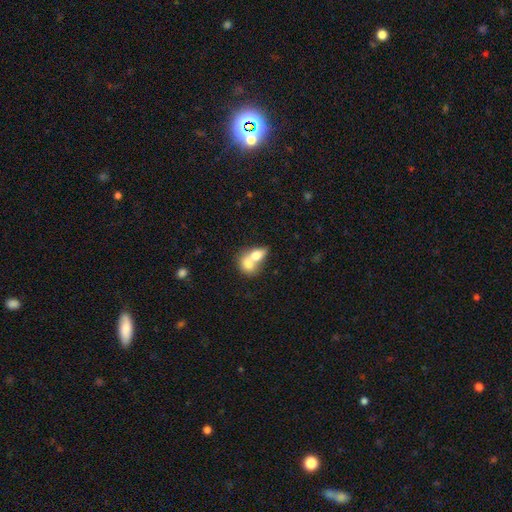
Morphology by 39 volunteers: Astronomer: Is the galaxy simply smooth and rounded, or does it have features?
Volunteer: smooth — 87%.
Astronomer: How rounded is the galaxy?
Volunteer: in between — 65%.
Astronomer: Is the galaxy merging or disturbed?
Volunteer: merger — 79%.